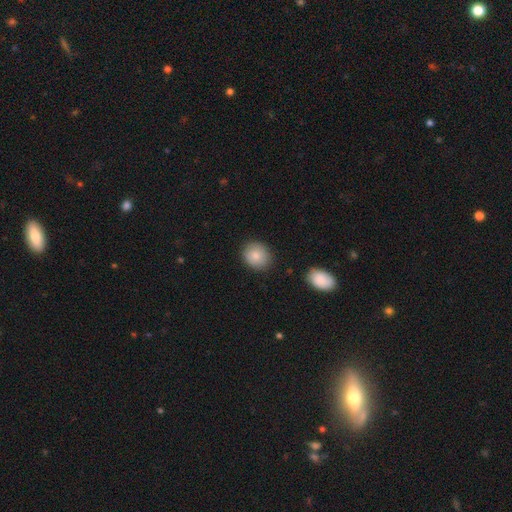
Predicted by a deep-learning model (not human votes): Overall: smooth (83%). How rounded: round (72%). Merging: none (86%).